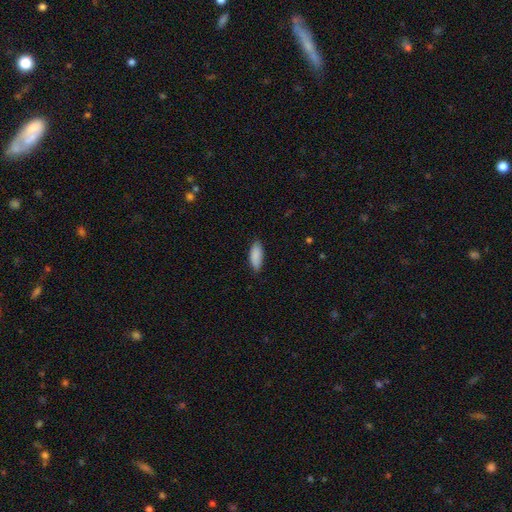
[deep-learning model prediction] smooth 89%, star or artifact 6%, featured or disk 5%. Down the decision tree: how rounded — in between (77%); merging — none (83%).